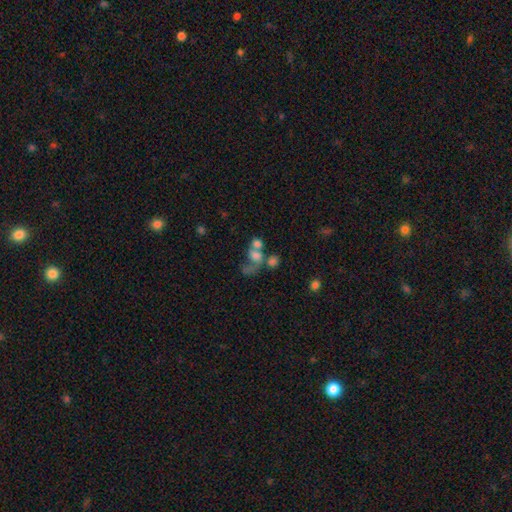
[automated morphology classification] Smooth or featured: smooth — 55% (featured or disk — 30%)
How rounded: round — 52% (in between — 46%)
Merging: merger — 53% (major disturbance — 21%)